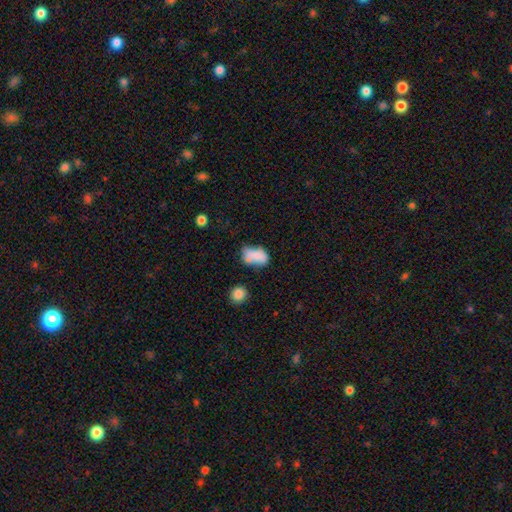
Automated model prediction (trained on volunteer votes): Morphology: type=smooth (75%); roundness=in between (89%); merging=none (37%).